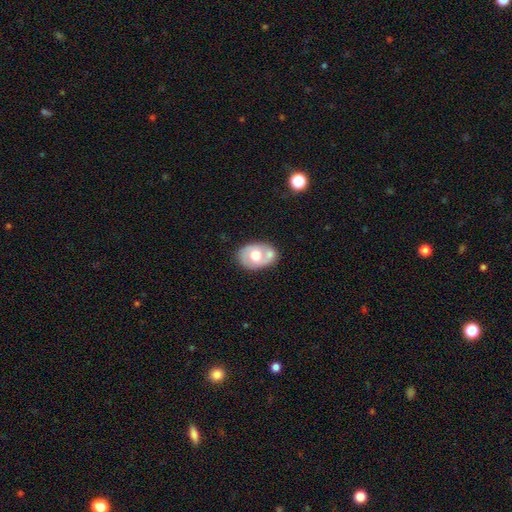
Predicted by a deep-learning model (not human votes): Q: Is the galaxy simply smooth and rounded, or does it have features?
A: smooth — 49%.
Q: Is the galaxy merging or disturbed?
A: none — 43%.